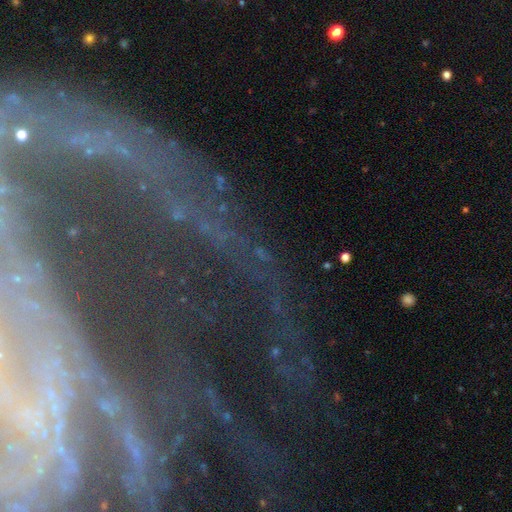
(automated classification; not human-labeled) This appears to be a featured or disk galaxy (56%). Merging: none (67%).